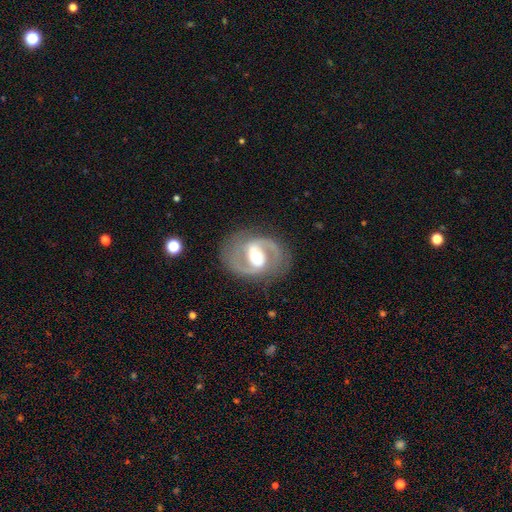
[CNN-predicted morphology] The model was most divided on "bar": weak: 42%, strong: 33%, no: 25%. More confident: edge-on disk — no (97%); spiral arms — yes (93%); spiral arm count — 2 (92%); smooth or featured — featured or disk (88%); merging — none (80%); bulge size — moderate (69%); spiral winding — medium (58%).